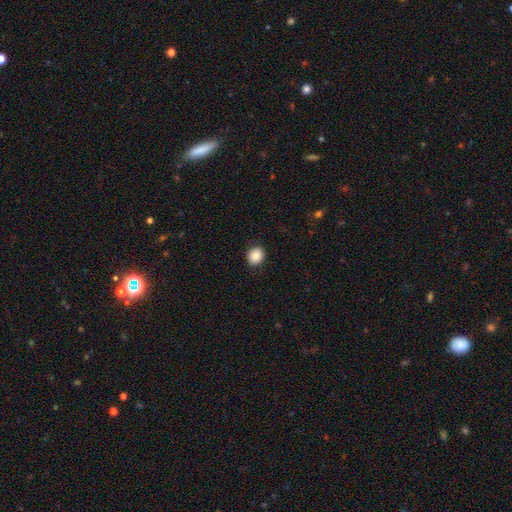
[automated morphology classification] A smooth galaxy with no disk features (84%) that is round (72%).

Vote fractions:
- Smooth or featured? smooth: 84% / star or artifact: 9% / featured or disk: 7%
- How rounded? round: 72% / in between: 28% / cigar-shaped: 1%
- Merging? none: 90% / minor disturbance: 8% / major disturbance: 2% / merger: 1%